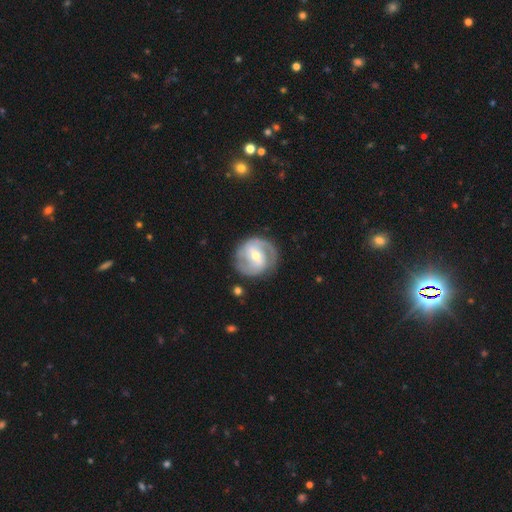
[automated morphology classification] smooth-or-featured: featured or disk: 82% | smooth: 13% | star or artifact: 5%
  disk-edge-on: no: 97% | yes: 3%
    bar: weak: 46% | strong: 28% | no: 25%
    has-spiral-arms: yes: 92% | no: 8%
      spiral-winding: medium: 44% | tight: 43% | loose: 13%
      spiral-arm-count: 2: 82% | can't tell: 8% | 3: 5% | 1: 2% | 4: 2% | more than 4: 1%
    bulge-size: moderate: 57% | small: 38% | large: 3% | none: 1% | dominant: 1%
  merging: none: 82% | minor disturbance: 12% | major disturbance: 5% | merger: 2%